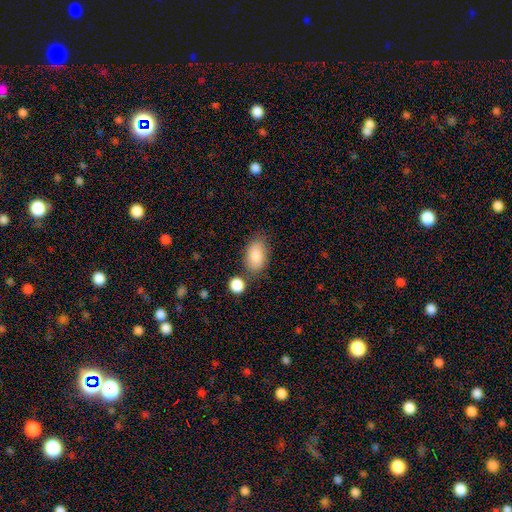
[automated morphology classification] Smooth or featured? smooth (85%)
How rounded? in between (91%)
Merging? none (73%)